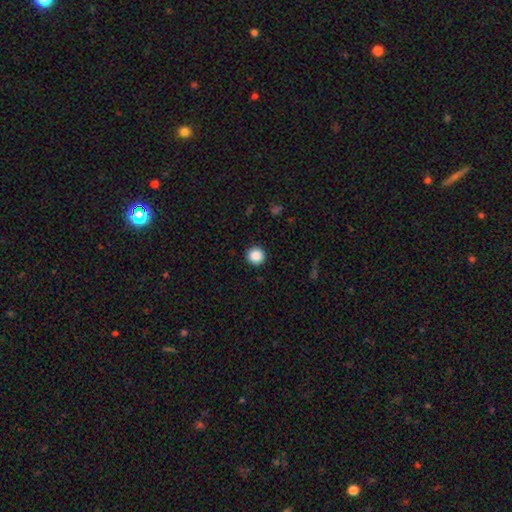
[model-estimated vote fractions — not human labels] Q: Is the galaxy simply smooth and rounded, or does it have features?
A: smooth — 88%.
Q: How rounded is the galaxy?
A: round — 96%.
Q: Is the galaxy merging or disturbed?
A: none — 93%.